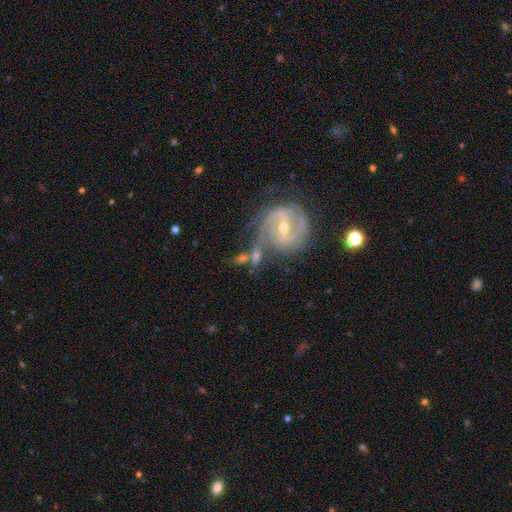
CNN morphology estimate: Smooth or featured?
  - featured or disk: 66% *
  - smooth: 24%
  - star or artifact: 10%
Edge-on disk?
  - no: 91% *
  - yes: 9%
Bar?
  - weak: 42% *
  - strong: 34%
  - no: 24%
Spiral arms?
  - yes: 84% *
  - no: 16%
Spiral winding?
  - tight: 44% *
  - medium: 40%
  - loose: 16%
Spiral arm count?
  - 2: 69% *
  - can't tell: 14%
  - 3: 7%
  - 1: 4%
  - 4: 3%
  - more than 4: 3%
Bulge size?
  - moderate: 63% *
  - small: 29%
  - large: 4%
  - none: 2%
  - dominant: 2%
Merging?
  - none: 45% *
  - merger: 26%
  - minor disturbance: 18%
  - major disturbance: 10%